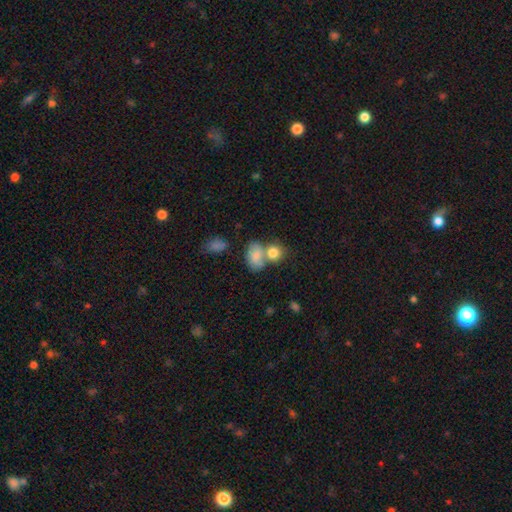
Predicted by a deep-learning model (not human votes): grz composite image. It shows a smooth galaxy with no disk features (75%) that is in between round and cigar-shaped (68%). Merging: merger (49%).